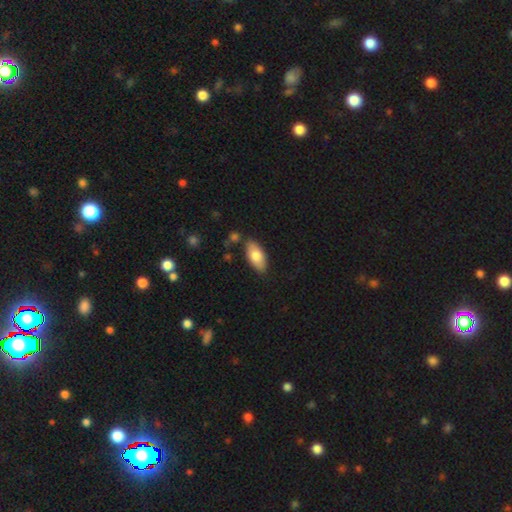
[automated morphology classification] Smooth or featured?
  - smooth: 76% *
  - featured or disk: 18%
  - star or artifact: 6%
How rounded?
  - in between: 91% *
  - cigar-shaped: 7%
  - round: 2%
Merging?
  - none: 79% *
  - minor disturbance: 13%
  - merger: 5%
  - major disturbance: 3%